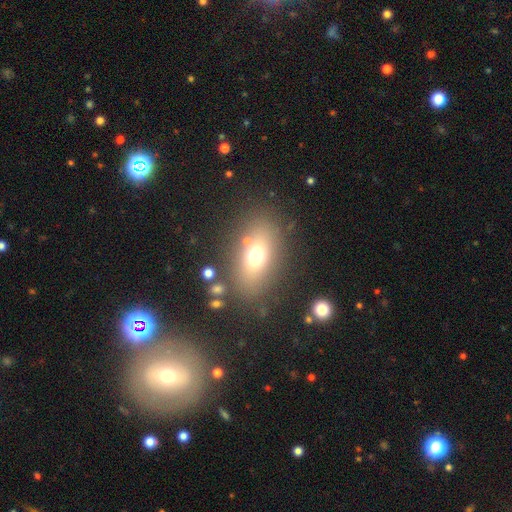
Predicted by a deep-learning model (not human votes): This is likely a smooth galaxy (68%). How rounded: likely in between (77%). Merging: likely none (79%).